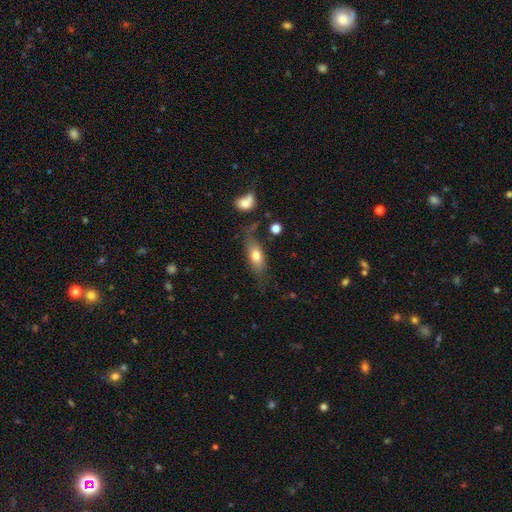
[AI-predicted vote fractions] Smooth or featured: smooth — 71% (featured or disk — 21%)
How rounded: in between — 78% (cigar-shaped — 17%)
Merging: none — 59% (minor disturbance — 22%)